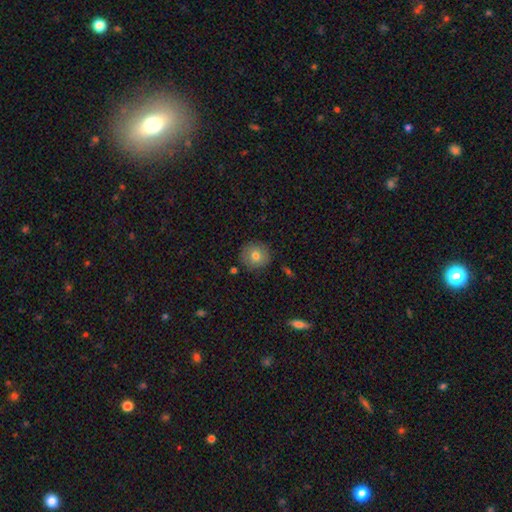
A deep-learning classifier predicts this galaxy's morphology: Smooth or featured?
  - smooth: 76% *
  - featured or disk: 14%
  - star or artifact: 10%
How rounded?
  - round: 93% *
  - in between: 6%
  - cigar-shaped: 1%
Merging?
  - none: 88% *
  - minor disturbance: 8%
  - major disturbance: 2%
  - merger: 2%